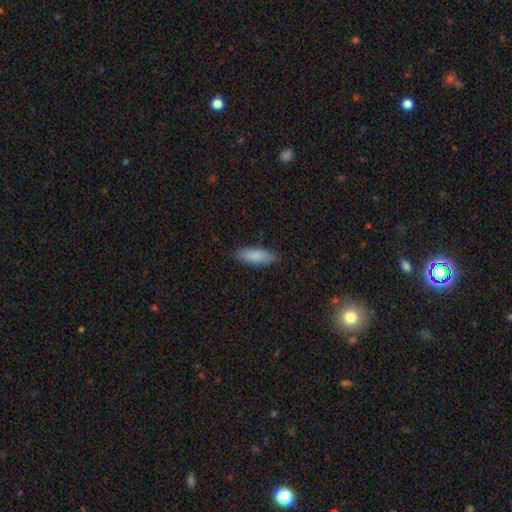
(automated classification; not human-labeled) A smooth galaxy with no disk features (86%) that is in between round and cigar-shaped (61%).

Vote fractions:
- Smooth or featured? smooth: 86% / featured or disk: 8% / star or artifact: 6%
- How rounded? in between: 61% / cigar-shaped: 37% / round: 2%
- Merging? none: 86% / minor disturbance: 10% / major disturbance: 2% / merger: 1%